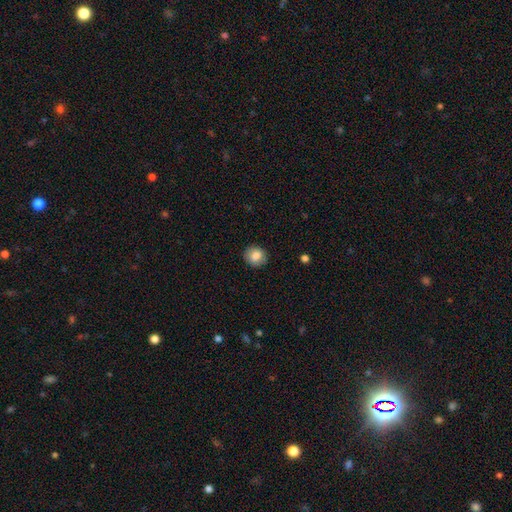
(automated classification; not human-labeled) Smooth or featured? Predicted: smooth (p=0.83). How rounded? Predicted: round (p=0.82). Merging? Predicted: none (p=0.88).